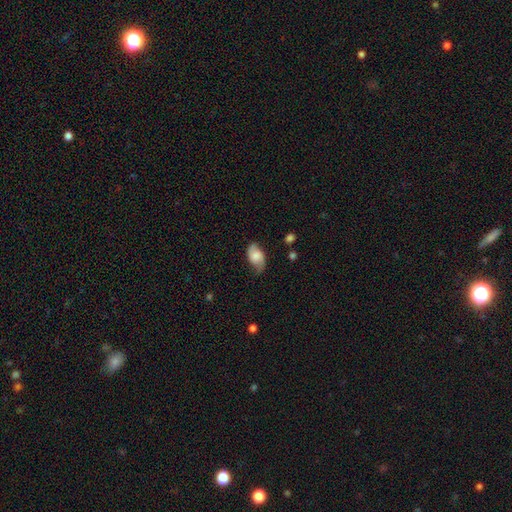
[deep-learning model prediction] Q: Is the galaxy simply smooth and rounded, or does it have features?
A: smooth — 48%.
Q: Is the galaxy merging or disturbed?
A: none — 68%.